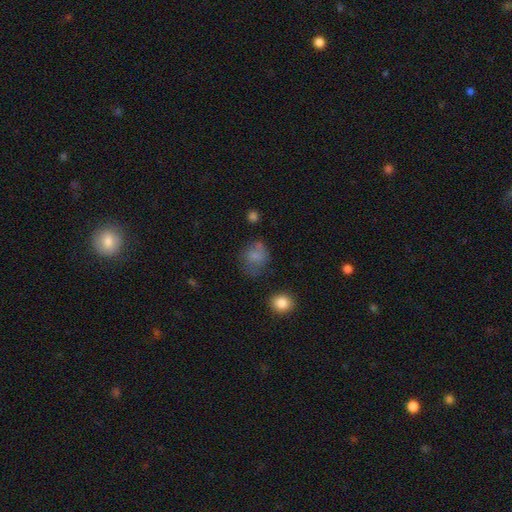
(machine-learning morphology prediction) smooth-or-featured: smooth: 72% | featured or disk: 16% | star or artifact: 12%
  how-rounded: round: 65% | in between: 34% | cigar-shaped: 1%
  merging: none: 53% | minor disturbance: 25% | major disturbance: 16% | merger: 5%